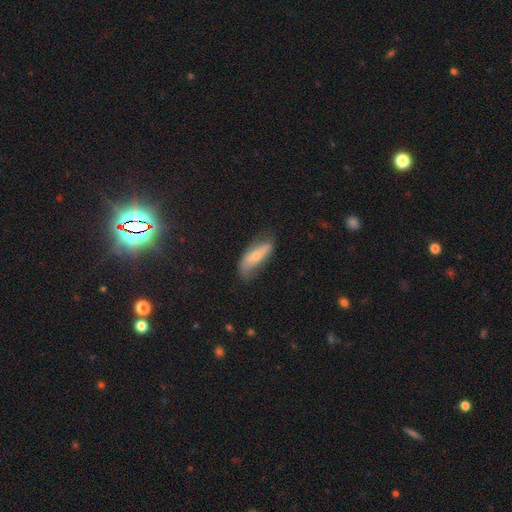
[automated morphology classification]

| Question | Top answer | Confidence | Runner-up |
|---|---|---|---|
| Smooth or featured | smooth | 57% | featured or disk (36%) |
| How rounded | in between | 62% | cigar-shaped (36%) |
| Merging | none | 55% | minor disturbance (31%) |